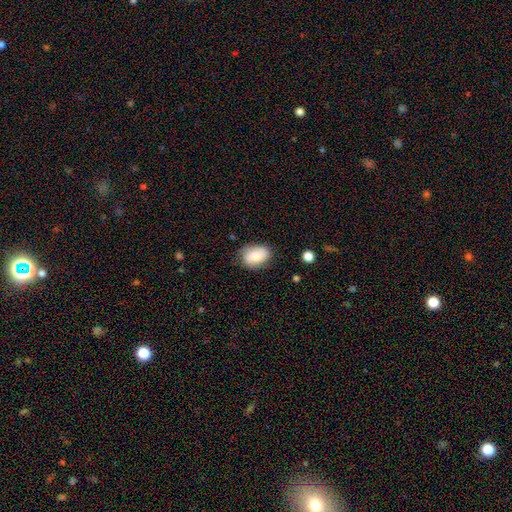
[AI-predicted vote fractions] This appears to be a smooth galaxy with no disk features (66%) that is in between round and cigar-shaped (82%). Merging: none (73%).